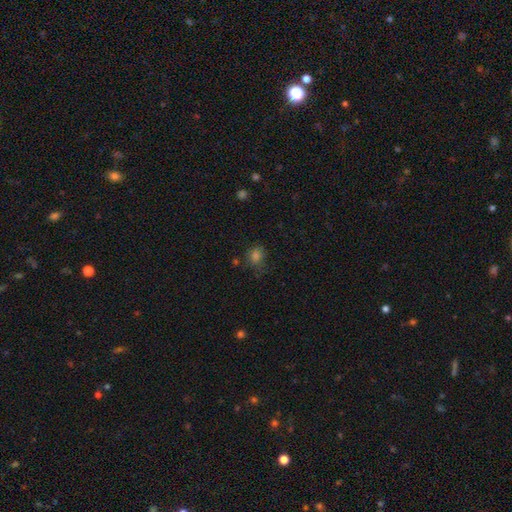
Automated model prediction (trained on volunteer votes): Morphology: type=smooth (70%); roundness=round (72%); merging=none (66%).